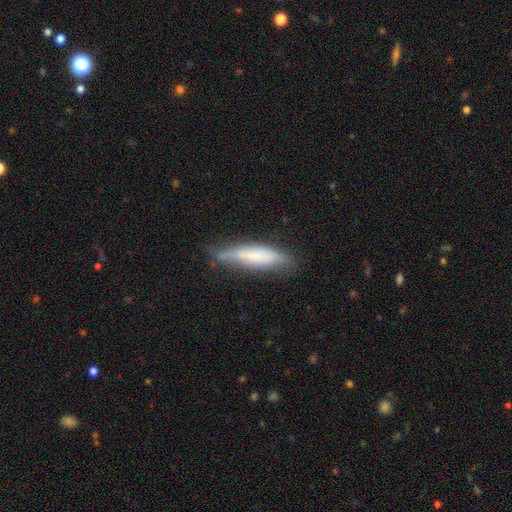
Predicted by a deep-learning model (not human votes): Q: Smooth or featured?
A: smooth (63%); runner-up: featured or disk (31%)
Q: How rounded?
A: cigar-shaped (82%); runner-up: in between (17%)
Q: Merging?
A: none (64%); runner-up: minor disturbance (27%)